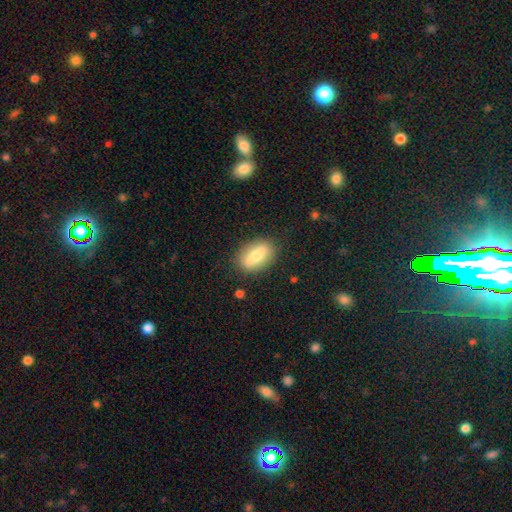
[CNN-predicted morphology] Overall: smooth (66%; featured or disk 27%). How rounded: in between (82%). Merging: none (85%).